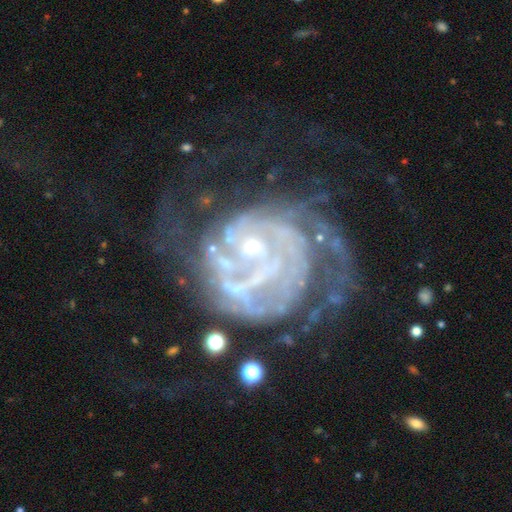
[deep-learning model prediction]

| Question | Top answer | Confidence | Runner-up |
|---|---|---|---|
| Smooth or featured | featured or disk | 86% | star or artifact (7%) |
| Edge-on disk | no | 98% | yes (2%) |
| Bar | no | 59% | weak (31%) |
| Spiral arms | yes | 90% | no (10%) |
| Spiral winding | tight | 54% | medium (33%) |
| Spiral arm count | can't tell | 32% | 2 (30%) |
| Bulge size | small | 68% | moderate (19%) |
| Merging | none | 46% | major disturbance (30%) |